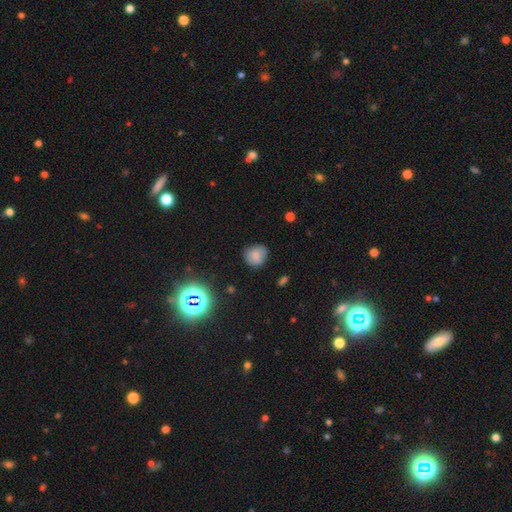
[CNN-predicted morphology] Smooth or featured? smooth (79%)
How rounded? round (81%)
Merging? none (76%)